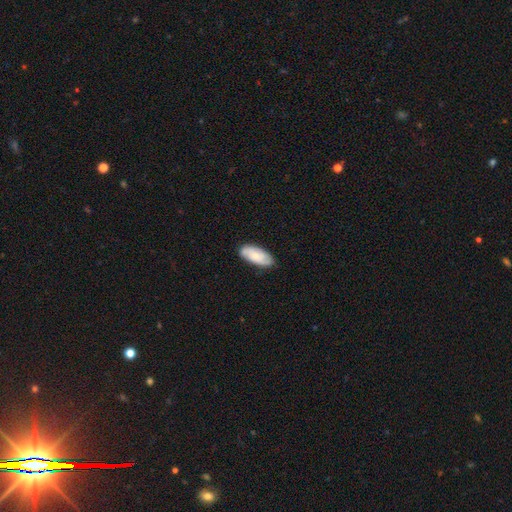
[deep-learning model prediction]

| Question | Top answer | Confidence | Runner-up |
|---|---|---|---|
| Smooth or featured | smooth | 59% | featured or disk (35%) |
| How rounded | in between | 88% | cigar-shaped (9%) |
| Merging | none | 80% | minor disturbance (16%) |